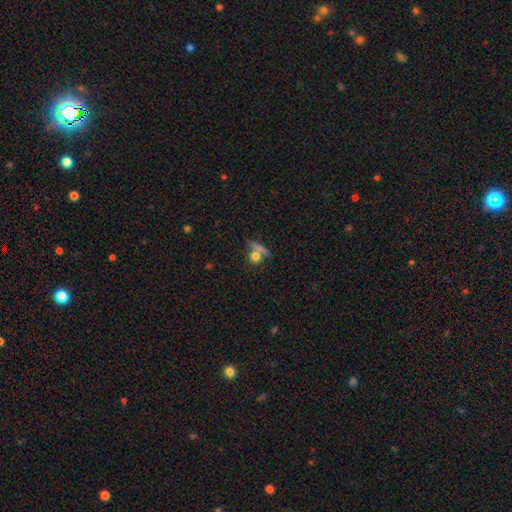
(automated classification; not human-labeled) Smooth or featured: smooth — 71% (star or artifact — 15%)
How rounded: round — 75% (in between — 17%)
Merging: none — 56% (merger — 25%)